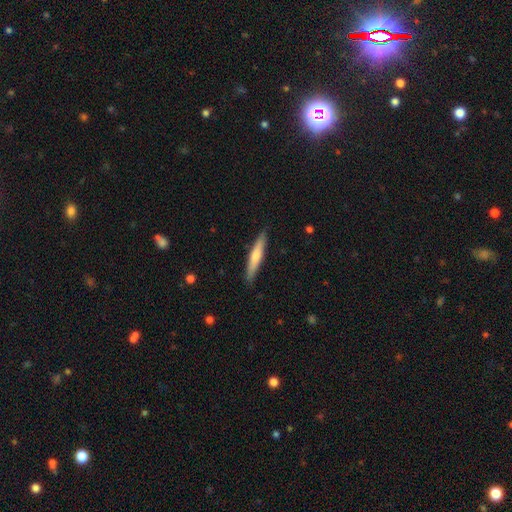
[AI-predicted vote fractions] This is possibly a smooth galaxy (52%). How rounded: clearly cigar-shaped (93%). Merging: clearly none (89%).